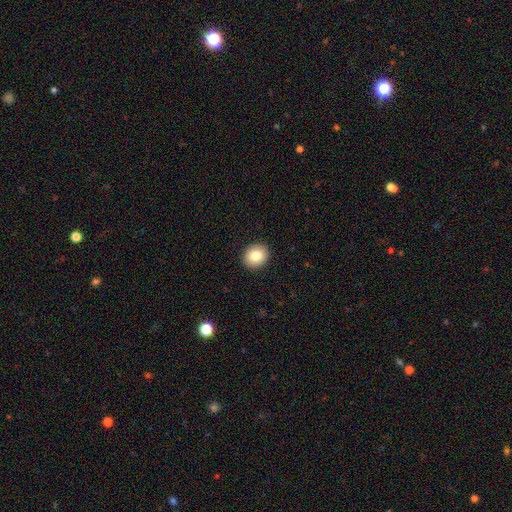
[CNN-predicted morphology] A smooth galaxy with no disk features (83%) that is round (71%).

Vote fractions:
- Smooth or featured? smooth: 83% / star or artifact: 9% / featured or disk: 8%
- How rounded? round: 71% / in between: 28% / cigar-shaped: 1%
- Merging? none: 92% / minor disturbance: 6% / major disturbance: 2% / merger: 1%